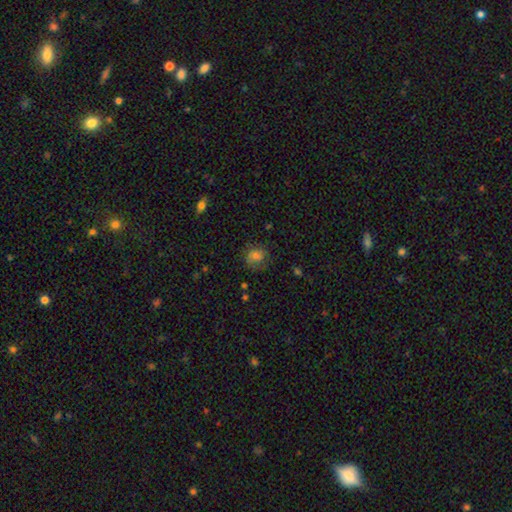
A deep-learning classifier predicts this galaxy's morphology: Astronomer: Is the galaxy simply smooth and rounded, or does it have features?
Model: smooth — 64%.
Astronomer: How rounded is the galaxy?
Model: round — 69%.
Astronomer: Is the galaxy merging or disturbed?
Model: none — 66%.